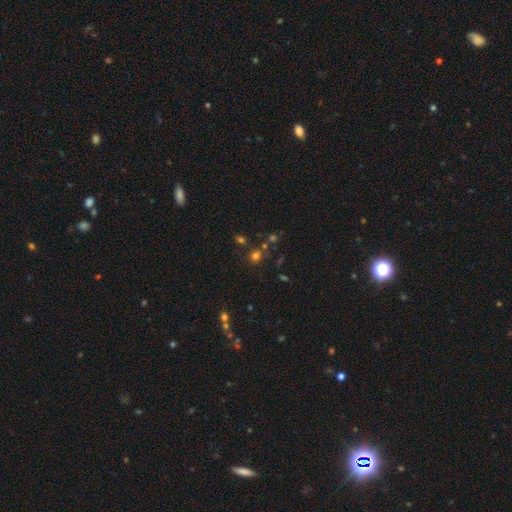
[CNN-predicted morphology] smooth_or_featured: smooth (p=0.63) [alt: star or artifact p=0.29]
how_rounded: round (p=0.83) [alt: in between p=0.16]
merging: none (p=0.70) [alt: merger p=0.15]